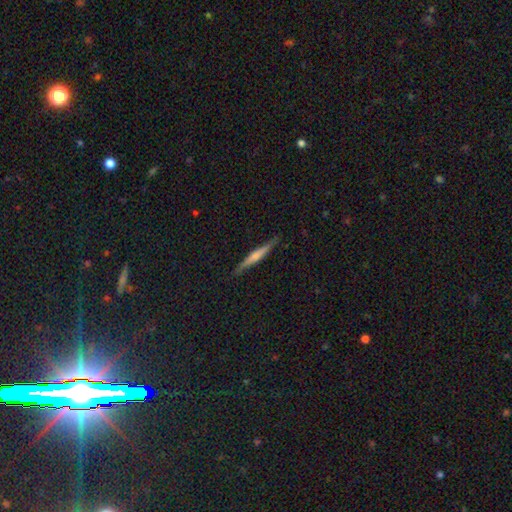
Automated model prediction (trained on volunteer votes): Q: Smooth or featured?
A: featured or disk (51%); runner-up: smooth (43%)
Q: Edge-on disk?
A: yes (96%); runner-up: no (4%)
Q: Merging?
A: none (87%); runner-up: minor disturbance (10%)